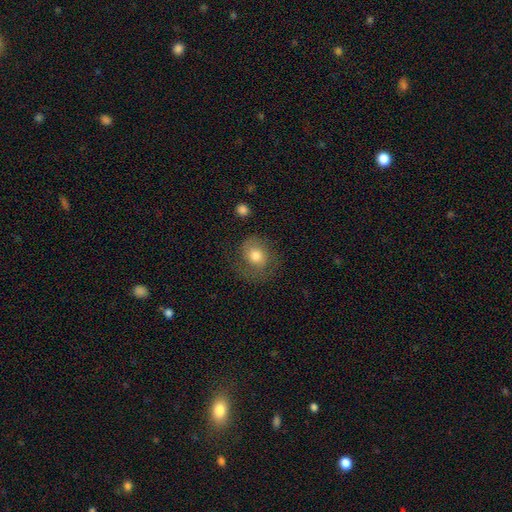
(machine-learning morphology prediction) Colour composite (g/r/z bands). It shows a smooth galaxy with no disk features (60%) that is round (67%). Merging: none (59%).